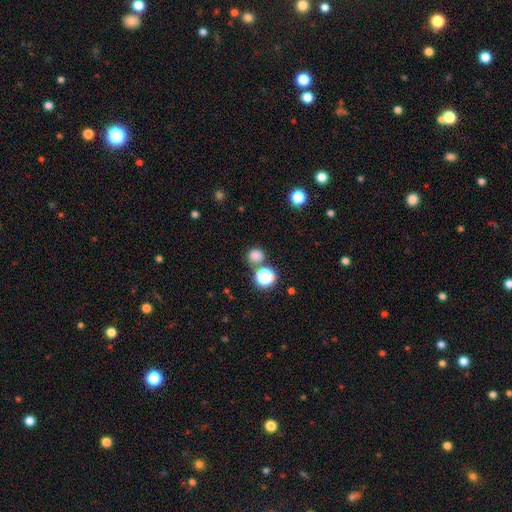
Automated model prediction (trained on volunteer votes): smooth_or_featured: smooth (p=0.77) [alt: star or artifact p=0.19]
how_rounded: round (p=0.85) [alt: in between p=0.14]
merging: none (p=0.72) [alt: merger p=0.15]